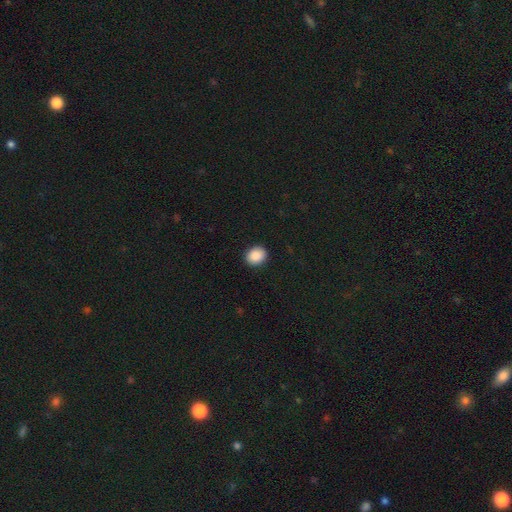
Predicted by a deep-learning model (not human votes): Smooth or featured?
  - smooth: 89% *
  - star or artifact: 8%
  - featured or disk: 3%
How rounded?
  - round: 65% *
  - in between: 34%
  - cigar-shaped: 1%
Merging?
  - none: 91% *
  - minor disturbance: 6%
  - major disturbance: 2%
  - merger: 1%